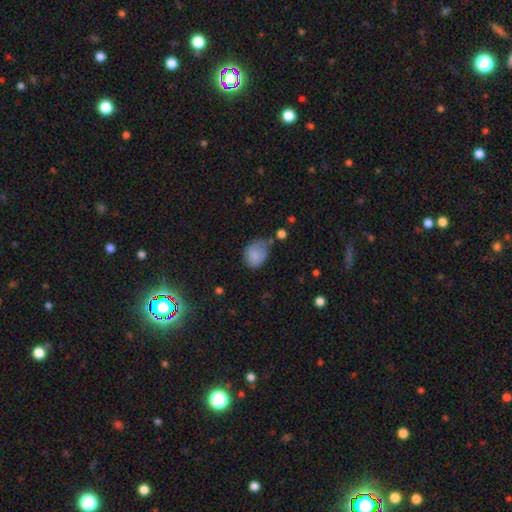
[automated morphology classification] This appears to be a smooth galaxy with no disk features (82%) that is in between round and cigar-shaped (59%). Merging: none (50%).